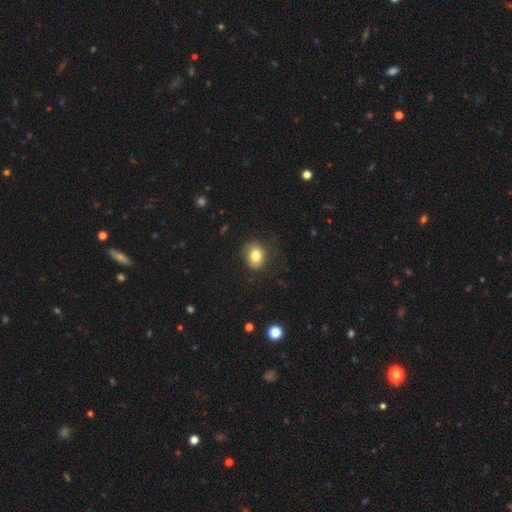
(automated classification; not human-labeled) A smooth galaxy with no disk features (80%) that is round (53%). Merging: none (77%).